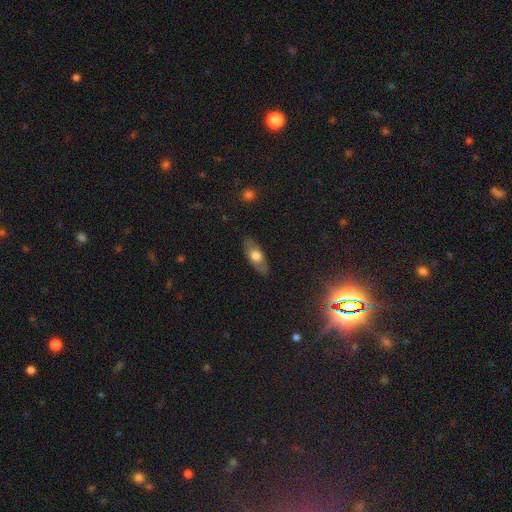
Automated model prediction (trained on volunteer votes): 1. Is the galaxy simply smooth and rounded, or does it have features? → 62% smooth, 32% featured or disk, 6% star or artifact.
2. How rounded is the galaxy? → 74% in between, 22% cigar-shaped, 4% round.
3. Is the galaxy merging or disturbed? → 86% none, 11% minor disturbance, 2% major disturbance, 1% merger.